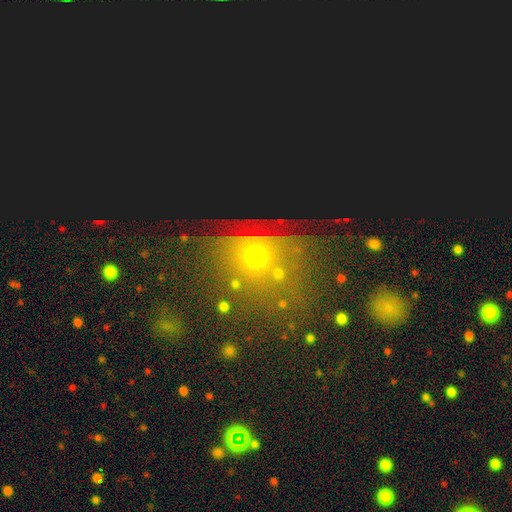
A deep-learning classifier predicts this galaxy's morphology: type=smooth (42%); merging=none (65%).